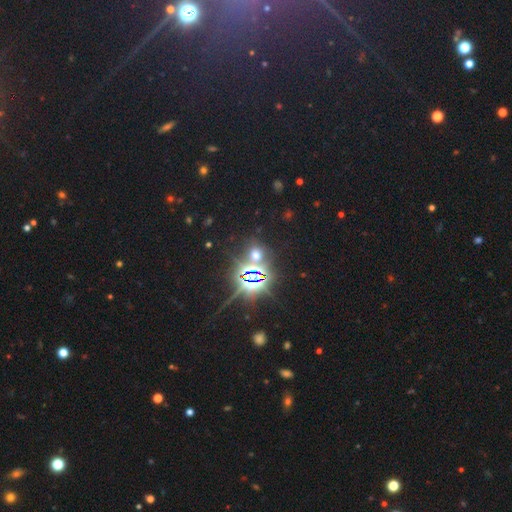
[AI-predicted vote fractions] The model was most divided on "smooth or featured": star or artifact: 60%, smooth: 31%, featured or disk: 8%.